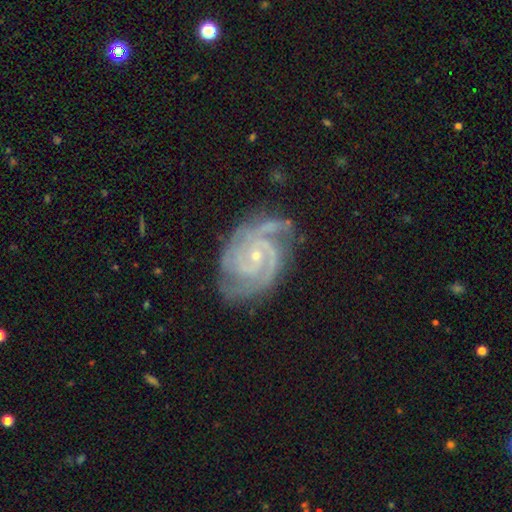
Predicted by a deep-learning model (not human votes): This is clearly a featured or disk galaxy (91%). It is clearly not viewed edge-on (98%). Bar: likely no (65%). Spiral arm pattern: clearly yes (98%). Spiral arm count: marginally 2 (37%). Spiral winding: likely tight (63%). Central bulge: likely small (77%). Merging: likely none (70%).